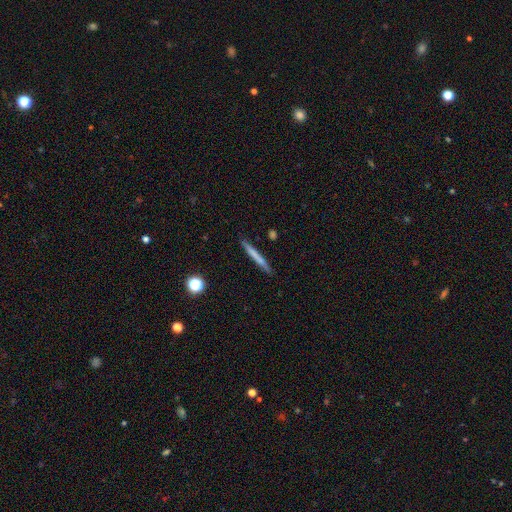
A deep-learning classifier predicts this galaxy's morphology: Smooth or featured? Predicted: smooth (p=0.63). How rounded? Predicted: cigar-shaped (p=0.96). Merging? Predicted: none (p=0.89).